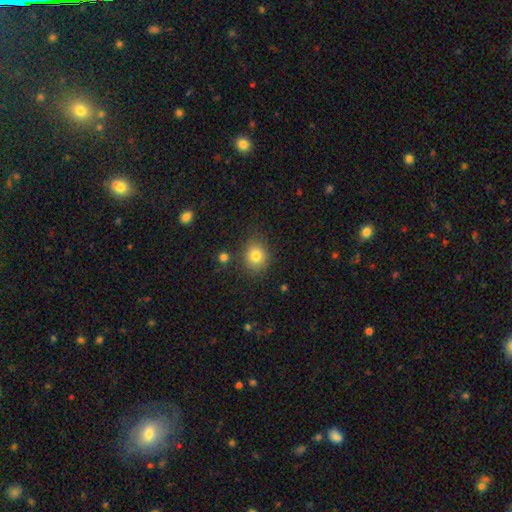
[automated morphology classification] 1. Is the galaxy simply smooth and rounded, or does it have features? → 81% smooth, 11% star or artifact, 8% featured or disk.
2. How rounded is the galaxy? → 69% round, 30% in between, 1% cigar-shaped.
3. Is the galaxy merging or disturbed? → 82% none, 11% minor disturbance, 3% merger, 3% major disturbance.